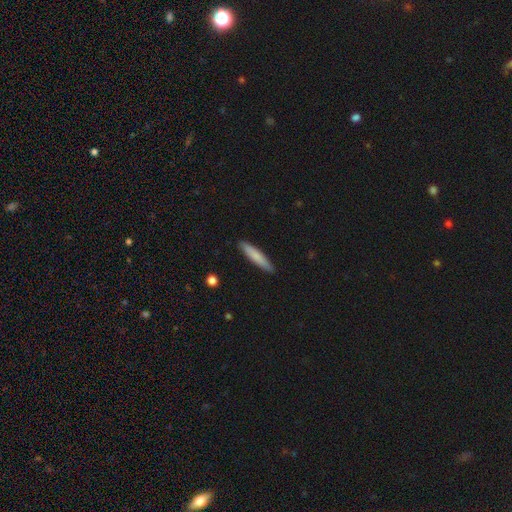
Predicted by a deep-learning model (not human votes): This is likely a smooth galaxy (79%). How rounded: clearly cigar-shaped (88%). Merging: clearly none (89%).